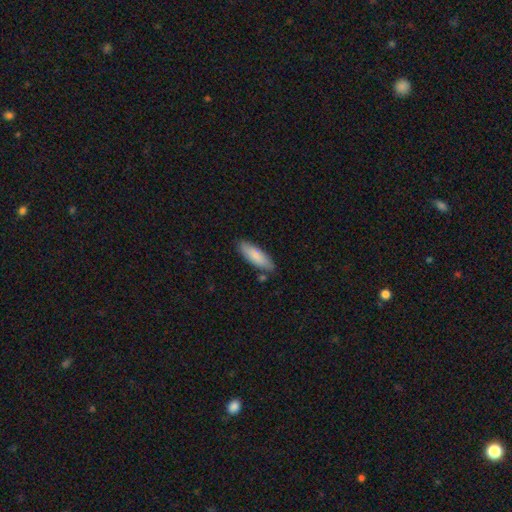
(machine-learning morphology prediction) This appears to be a smooth galaxy with no disk features (84%) that is in between round and cigar-shaped (55%). Merging: none (81%).